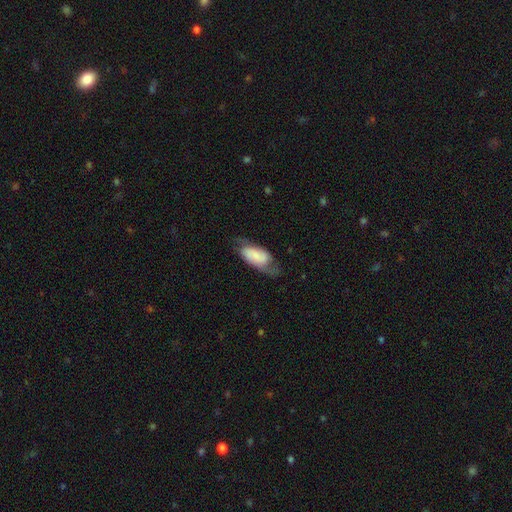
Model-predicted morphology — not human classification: Overall: featured or disk (48%; smooth 45%). Merging: none (53%; minor disturbance 27%).